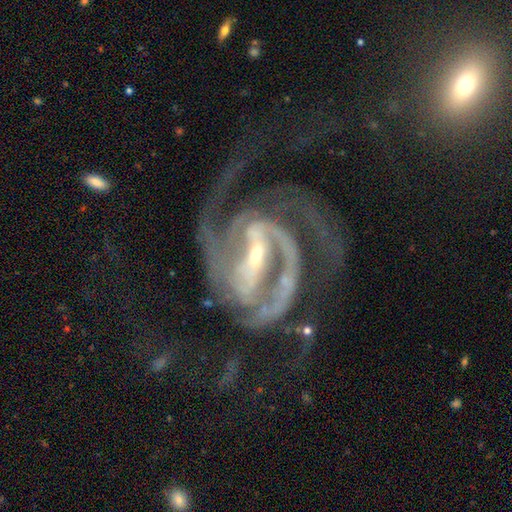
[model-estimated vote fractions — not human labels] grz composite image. It shows a featured or disk galaxy (92%) with a strong bar (62%), 2 (51%) medium (47%) spiral arms (98%) and a small central bulge (72%). Merging: none (45%).